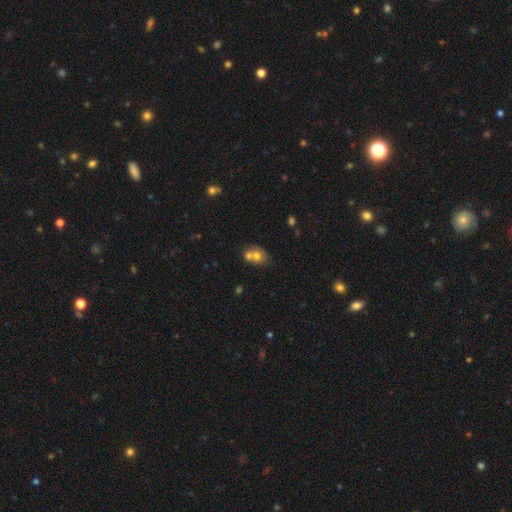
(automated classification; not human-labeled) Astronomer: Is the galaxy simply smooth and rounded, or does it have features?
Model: smooth — 66%.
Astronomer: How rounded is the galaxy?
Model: in between — 51% (runner-up: round, 47%).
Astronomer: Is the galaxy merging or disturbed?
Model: merger — 52% (runner-up: none, 34%).